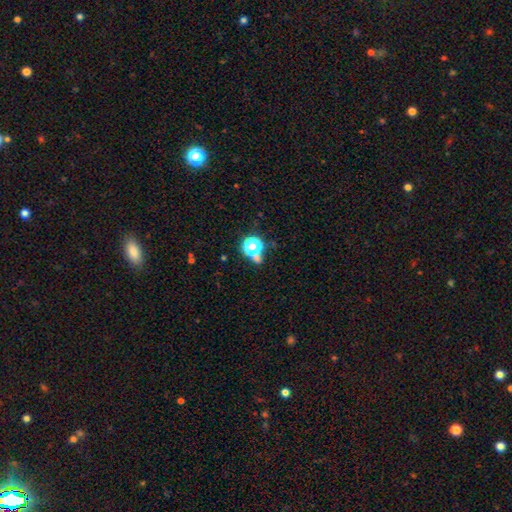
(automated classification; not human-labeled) This appears to be a star or artifact, not a galaxy (52%).